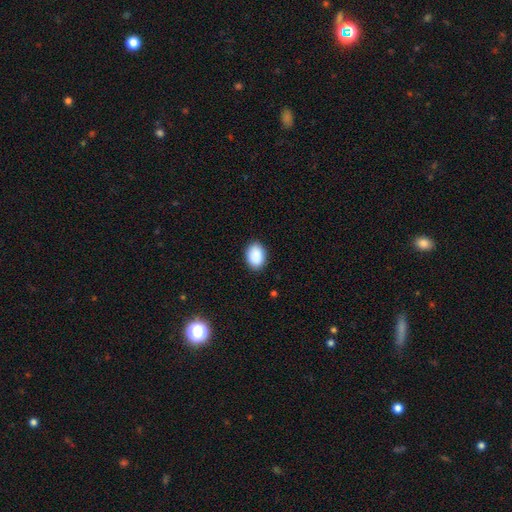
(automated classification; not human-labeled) smooth 90%, star or artifact 7%, featured or disk 3%. Down the decision tree: how rounded — in between (78%); merging — none (88%).